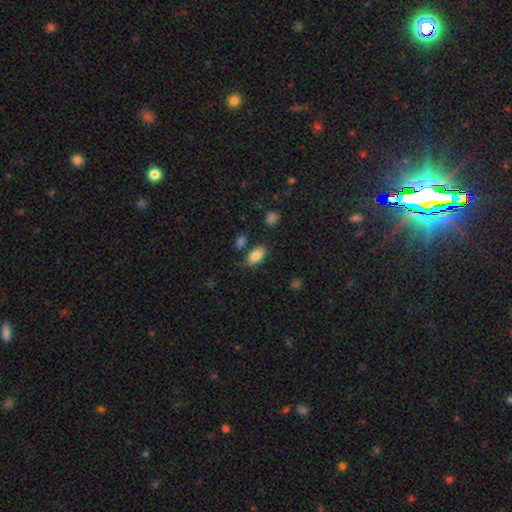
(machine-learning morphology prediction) smooth-or-featured: smooth: 83% | featured or disk: 9% | star or artifact: 8%
  how-rounded: in between: 93% | round: 4% | cigar-shaped: 3%
  merging: none: 73% | minor disturbance: 16% | merger: 6% | major disturbance: 4%